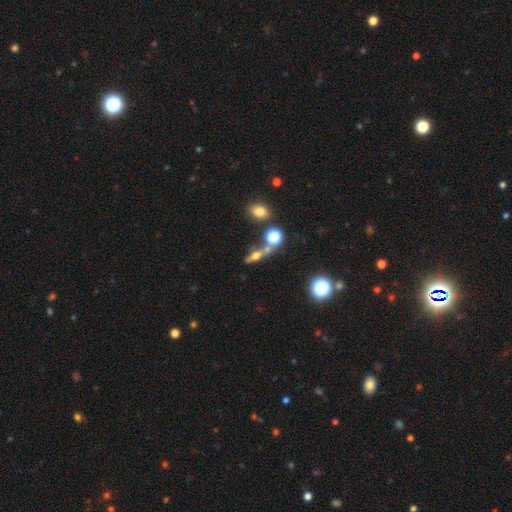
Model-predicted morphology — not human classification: A featured or disk galaxy (46%). Merging: none (58%).